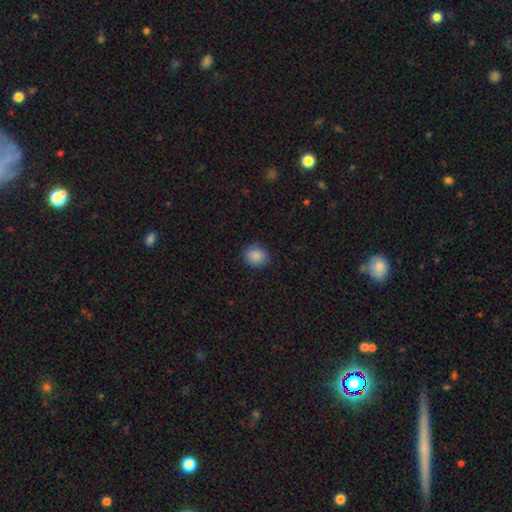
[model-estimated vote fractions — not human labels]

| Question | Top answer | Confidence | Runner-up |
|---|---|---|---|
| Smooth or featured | smooth | 87% | star or artifact (8%) |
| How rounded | round | 74% | in between (25%) |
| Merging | none | 83% | minor disturbance (13%) |